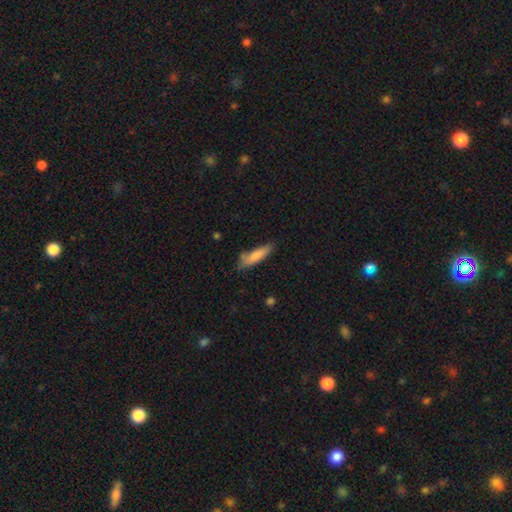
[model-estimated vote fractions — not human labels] smooth-or-featured: smooth: 79% | featured or disk: 14% | star or artifact: 6%
  how-rounded: cigar-shaped: 72% | in between: 26% | round: 2%
  merging: none: 67% | minor disturbance: 23% | merger: 5% | major disturbance: 5%